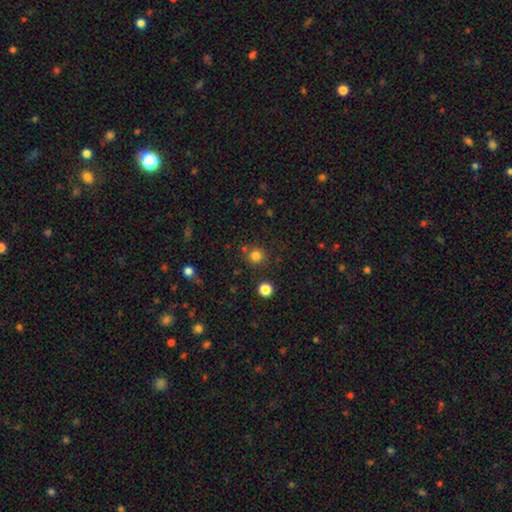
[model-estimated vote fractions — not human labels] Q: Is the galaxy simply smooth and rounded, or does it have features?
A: smooth — 81%.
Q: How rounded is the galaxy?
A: round — 92%.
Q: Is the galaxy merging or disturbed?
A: none — 82%.